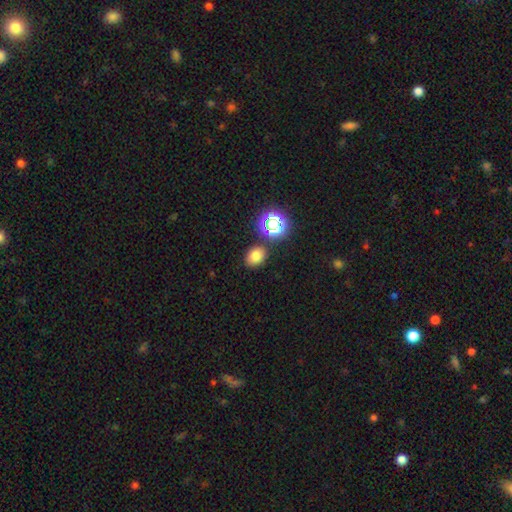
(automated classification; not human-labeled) Morphology: type=smooth (75%); roundness=in between (54%); merging=none (82%).